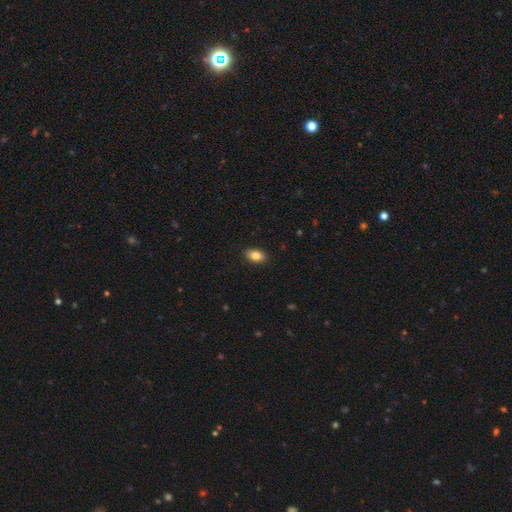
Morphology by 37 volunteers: Smooth or featured? 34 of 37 (92%) said smooth. How rounded? 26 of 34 (76%) said in between. Merging? 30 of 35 (86%) said none.